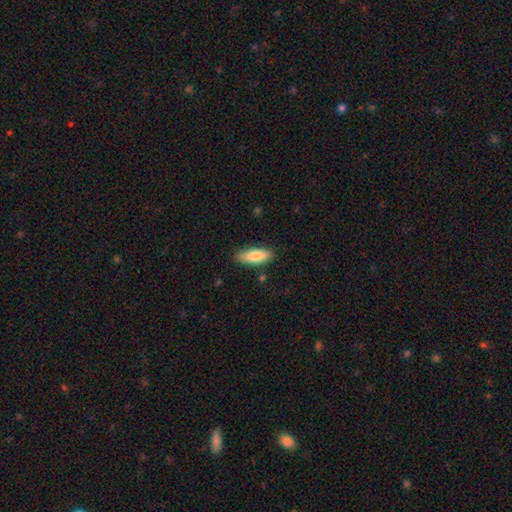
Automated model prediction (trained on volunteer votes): A smooth galaxy with no disk features (82%) that is in between round and cigar-shaped (63%).

Vote fractions:
- Smooth or featured? smooth: 82% / featured or disk: 12% / star or artifact: 6%
- How rounded? in between: 63% / cigar-shaped: 35% / round: 2%
- Merging? none: 82% / minor disturbance: 14% / major disturbance: 3% / merger: 2%